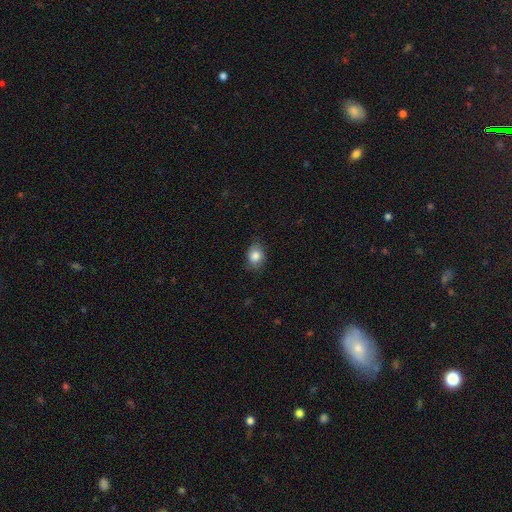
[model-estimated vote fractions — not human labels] This appears to be a smooth galaxy with no disk features (85%) that is in between round and cigar-shaped (57%). Merging: none (76%).